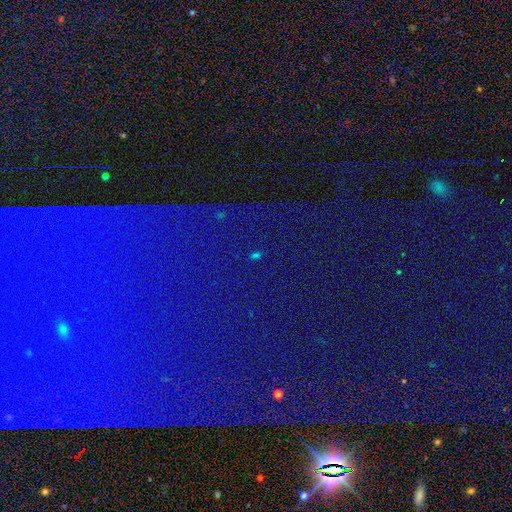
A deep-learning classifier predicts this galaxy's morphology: Smooth or featured: star or artifact — 74% (smooth — 16%)